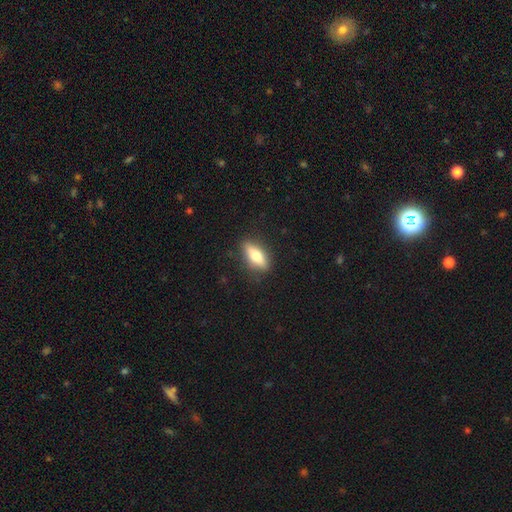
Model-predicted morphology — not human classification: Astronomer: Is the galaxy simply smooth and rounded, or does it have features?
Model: smooth — 63%.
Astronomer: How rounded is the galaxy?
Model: in between — 59% (runner-up: cigar-shaped, 37%).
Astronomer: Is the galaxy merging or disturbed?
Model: none — 86%.